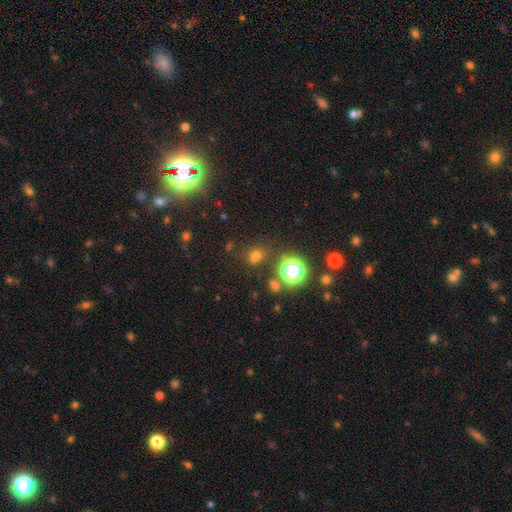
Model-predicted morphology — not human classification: Q: Smooth or featured?
A: smooth (62%); runner-up: star or artifact (31%)
Q: How rounded?
A: round (61%); runner-up: in between (38%)
Q: Merging?
A: none (69%); runner-up: minor disturbance (14%)